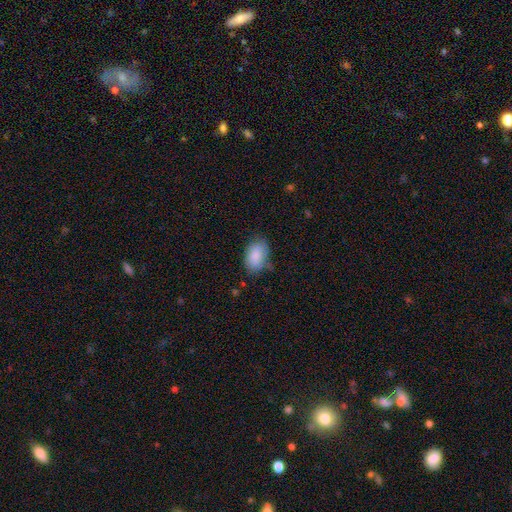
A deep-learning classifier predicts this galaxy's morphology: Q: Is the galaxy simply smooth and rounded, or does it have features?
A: smooth — 87%.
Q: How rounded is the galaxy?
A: in between — 91%.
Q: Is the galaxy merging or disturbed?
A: none — 69%.